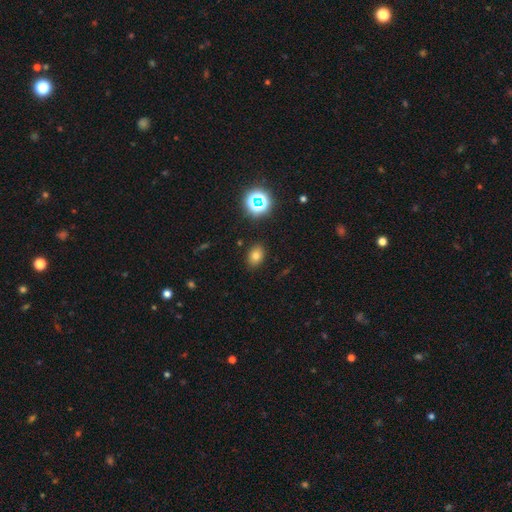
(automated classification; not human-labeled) Smooth or featured: smooth — 73% (star or artifact — 18%)
How rounded: in between — 75% (round — 24%)
Merging: none — 87% (minor disturbance — 9%)